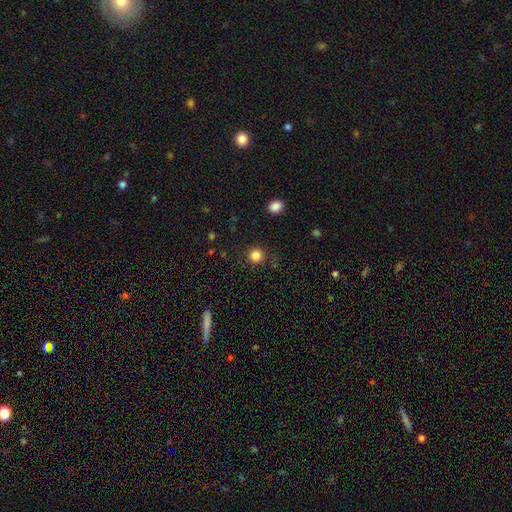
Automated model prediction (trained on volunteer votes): smooth 83%, star or artifact 13%, featured or disk 4%. Down the decision tree: how rounded — round (93%); merging — none (89%).